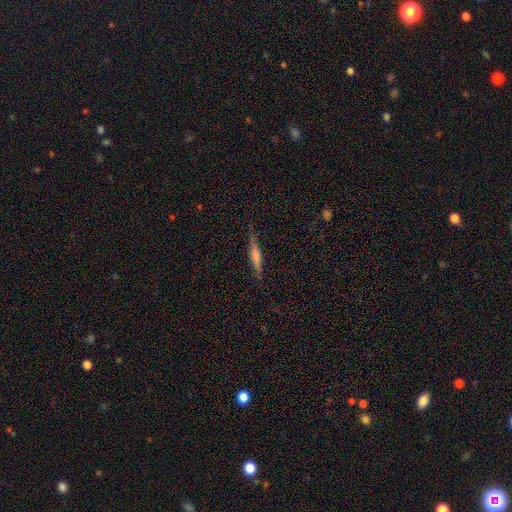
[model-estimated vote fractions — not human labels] Smooth or featured: featured or disk — 73% (smooth — 20%)
Edge-on disk: yes — 98% (no — 2%)
Edge-on bulge: rounded — 64% (boxy — 20%)
Merging: none — 90% (minor disturbance — 8%)